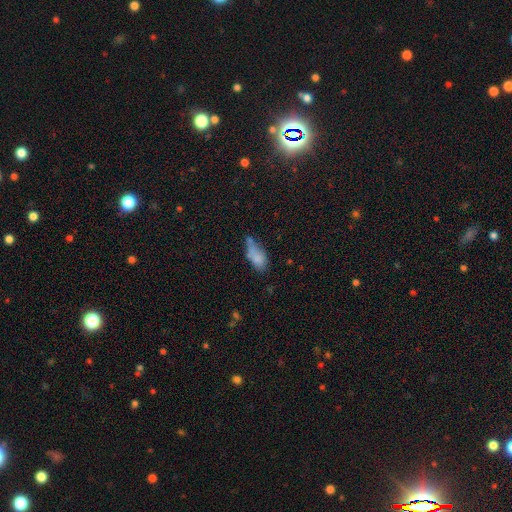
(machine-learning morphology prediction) smooth_or_featured: smooth (p=0.74) [alt: featured or disk p=0.16]
how_rounded: in between (p=0.82) [alt: cigar-shaped p=0.14]
merging: none (p=0.38) [alt: minor disturbance p=0.30]